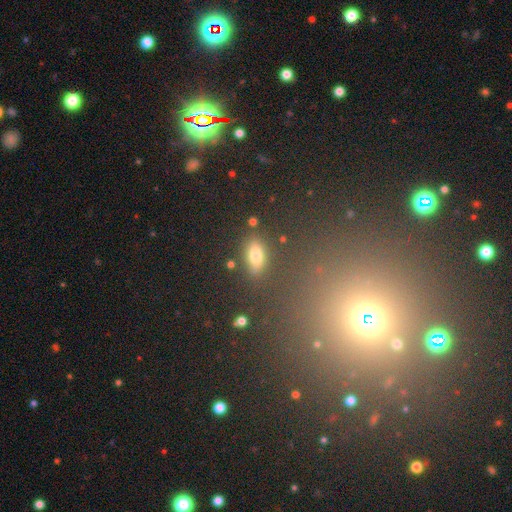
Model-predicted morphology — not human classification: smooth 74%, star or artifact 13%, featured or disk 13%. Down the decision tree: how rounded — in between (80%); merging — none (81%).